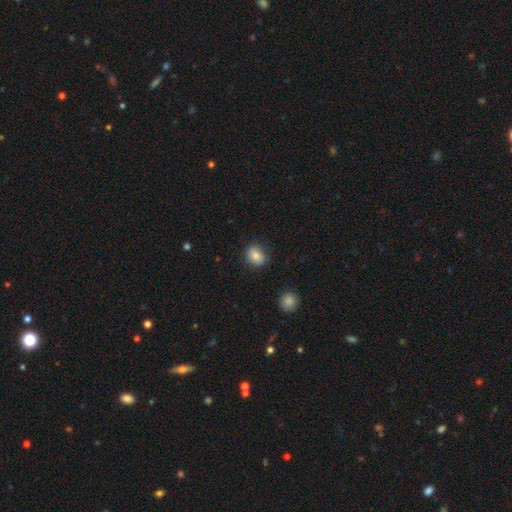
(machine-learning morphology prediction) Smooth or featured?
  - smooth: 80% *
  - featured or disk: 10%
  - star or artifact: 9%
How rounded?
  - round: 57% *
  - in between: 41%
  - cigar-shaped: 1%
Merging?
  - none: 82% *
  - minor disturbance: 13%
  - major disturbance: 3%
  - merger: 1%